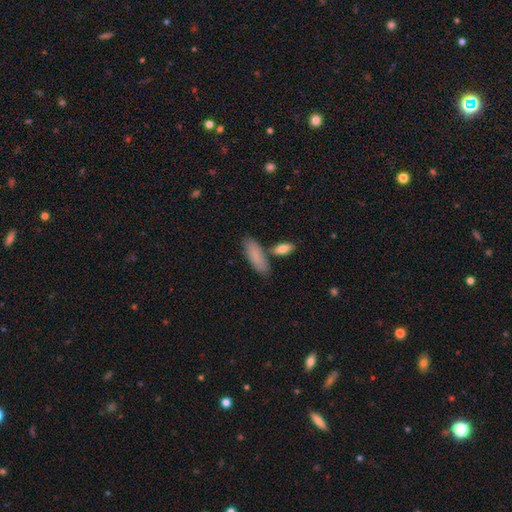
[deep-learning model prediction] Morphology: type=smooth (83%); roundness=in between (59%); merging=none (71%).